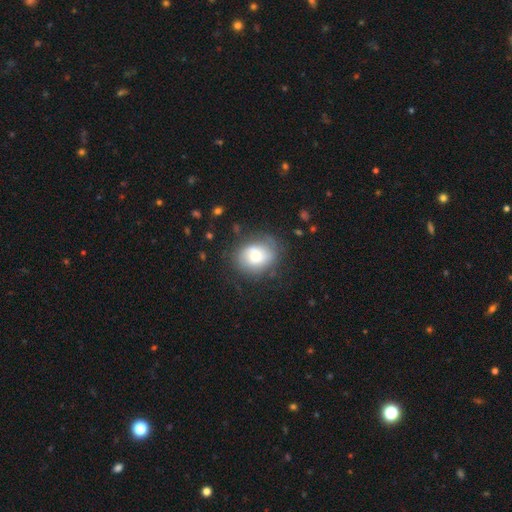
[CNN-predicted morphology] Q: Smooth or featured?
A: smooth (53%); runner-up: featured or disk (38%)
Q: How rounded?
A: round (58%); runner-up: in between (41%)
Q: Merging?
A: none (64%); runner-up: minor disturbance (22%)